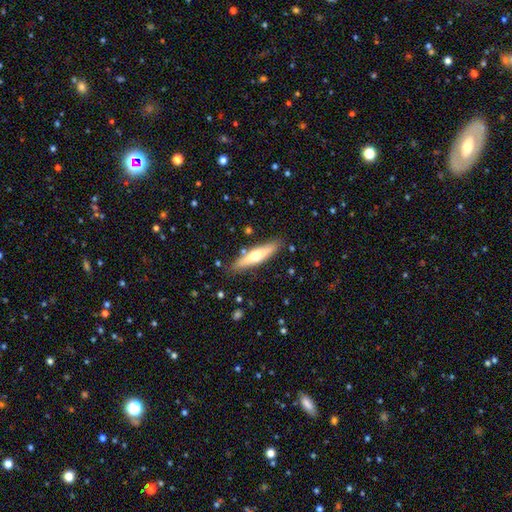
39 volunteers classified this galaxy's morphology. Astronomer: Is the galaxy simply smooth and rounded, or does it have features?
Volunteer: smooth — 51% (runner-up: featured or disk, 38%).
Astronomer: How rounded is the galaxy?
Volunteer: cigar-shaped — 85%.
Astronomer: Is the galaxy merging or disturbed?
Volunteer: none — 91%.